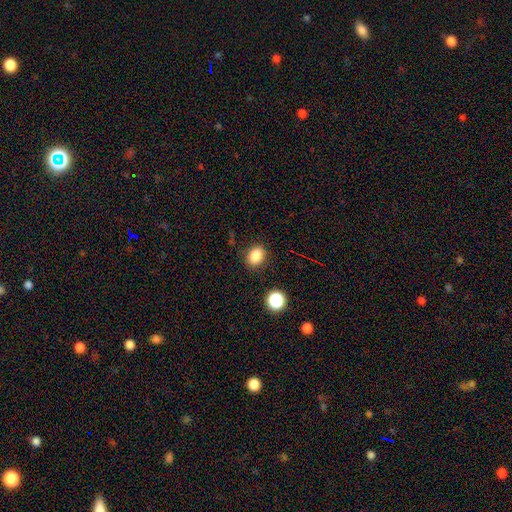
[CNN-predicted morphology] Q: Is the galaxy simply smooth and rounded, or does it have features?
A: smooth — 84%.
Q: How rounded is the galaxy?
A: in between — 59%.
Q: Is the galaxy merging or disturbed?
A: none — 84%.